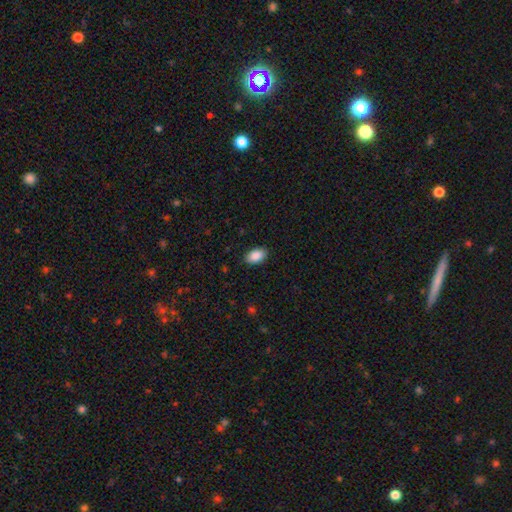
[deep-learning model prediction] Q: Smooth or featured?
A: smooth (90%); runner-up: star or artifact (7%)
Q: How rounded?
A: in between (92%); runner-up: round (7%)
Q: Merging?
A: none (88%); runner-up: minor disturbance (9%)